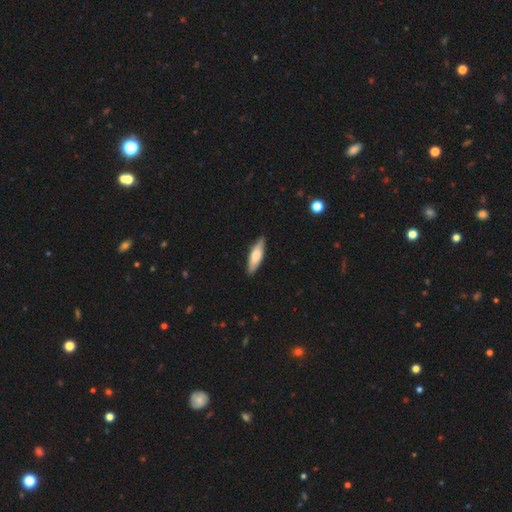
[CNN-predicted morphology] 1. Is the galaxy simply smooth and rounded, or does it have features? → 71% smooth, 24% featured or disk, 5% star or artifact.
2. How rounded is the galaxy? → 61% cigar-shaped, 37% in between, 2% round.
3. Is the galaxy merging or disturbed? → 88% none, 10% minor disturbance, 2% major disturbance, 1% merger.